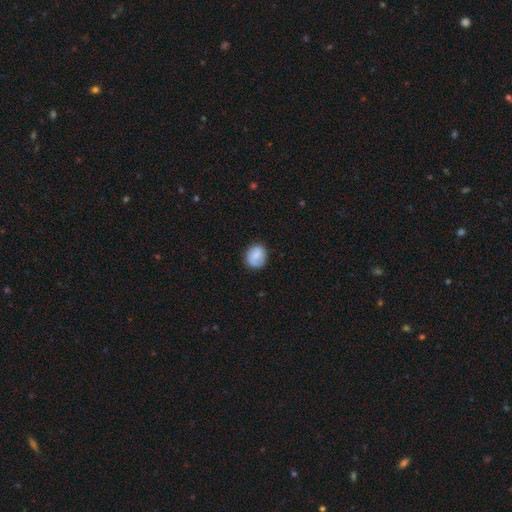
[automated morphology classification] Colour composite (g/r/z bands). It shows a smooth galaxy with no disk features (71%) that is round (71%). Merging: none (77%).